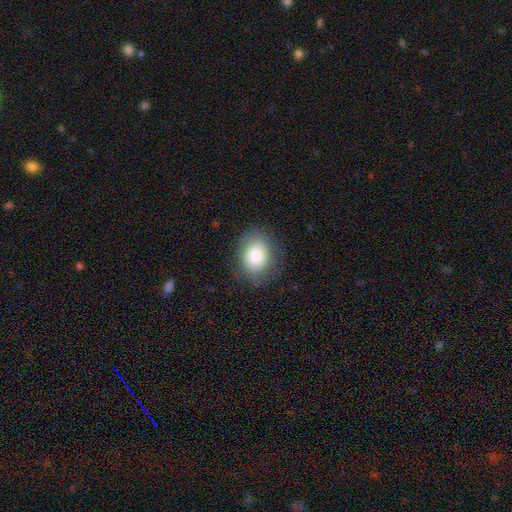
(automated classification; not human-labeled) Smooth or featured: smooth — 82% (featured or disk — 10%)
How rounded: in between — 64% (round — 35%)
Merging: none — 79% (minor disturbance — 14%)